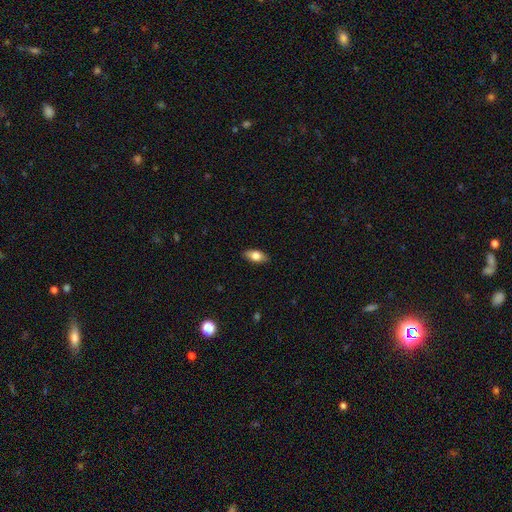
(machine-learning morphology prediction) Smooth or featured? smooth (76%)
How rounded? in between (86%)
Merging? none (88%)